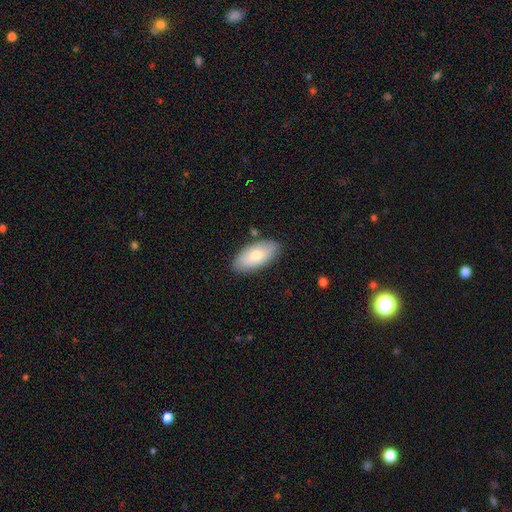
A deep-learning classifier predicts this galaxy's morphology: smooth_or_featured: smooth (p=0.72) [alt: featured or disk p=0.22]
how_rounded: in between (p=0.92) [alt: cigar-shaped p=0.06]
merging: none (p=0.84) [alt: minor disturbance p=0.12]